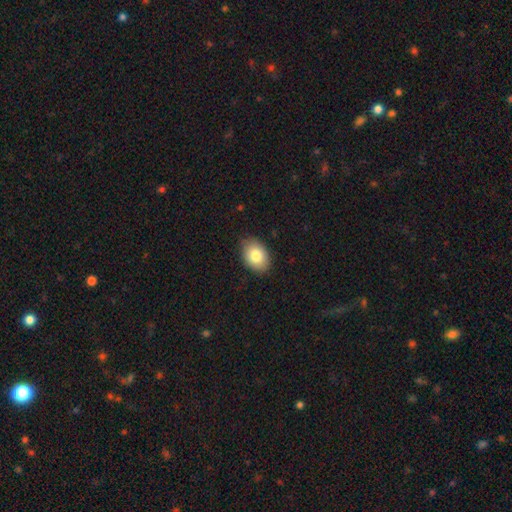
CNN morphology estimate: Smooth or featured? Predicted: smooth (p=0.81). How rounded? Predicted: in between (p=0.80). Merging? Predicted: none (p=0.85).